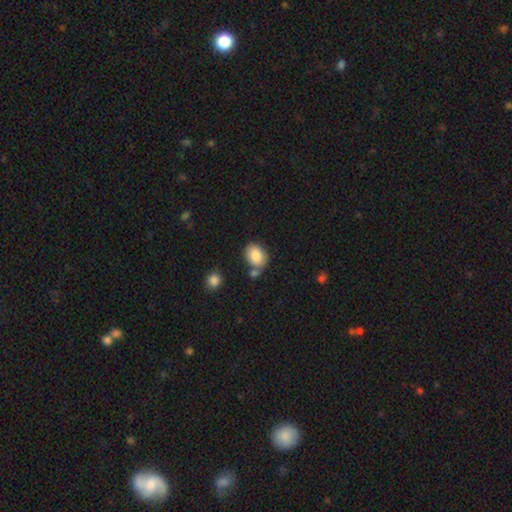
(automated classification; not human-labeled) Q: Smooth or featured?
A: smooth (84%); runner-up: featured or disk (8%)
Q: How rounded?
A: in between (64%); runner-up: round (35%)
Q: Merging?
A: none (64%); runner-up: merger (17%)